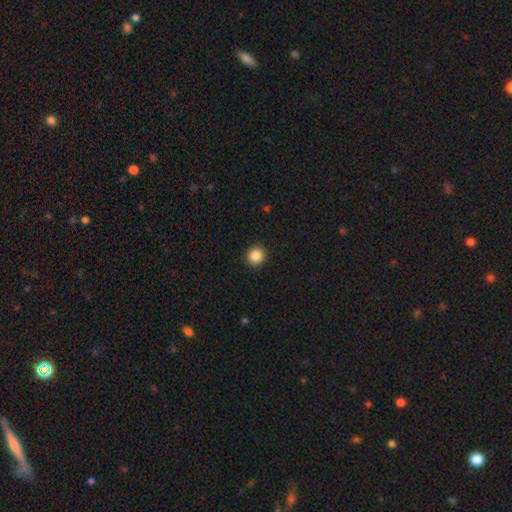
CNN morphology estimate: Q: Smooth or featured?
A: smooth (88%); runner-up: star or artifact (10%)
Q: How rounded?
A: round (92%); runner-up: in between (7%)
Q: Merging?
A: none (92%); runner-up: minor disturbance (5%)